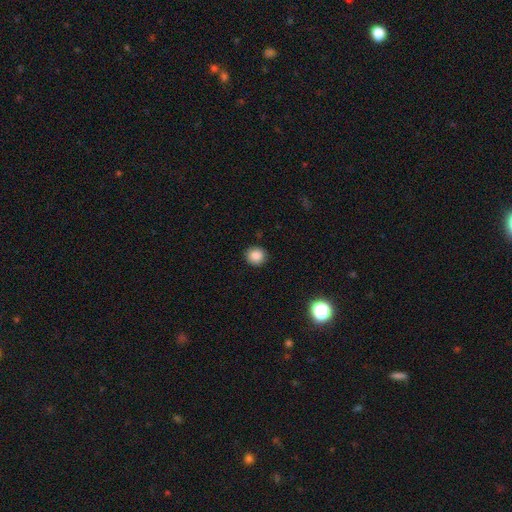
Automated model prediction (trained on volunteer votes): Smooth or featured? Predicted: smooth (p=0.86). How rounded? Predicted: round (p=0.90). Merging? Predicted: none (p=0.90).